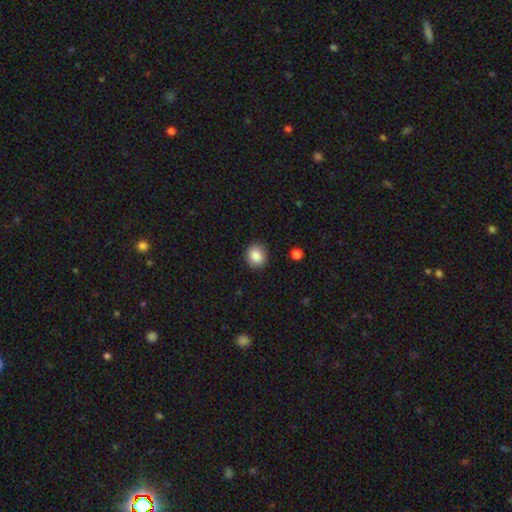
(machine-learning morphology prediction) Smooth or featured: smooth — 87% (star or artifact — 9%)
How rounded: round — 78% (in between — 21%)
Merging: none — 88% (minor disturbance — 9%)